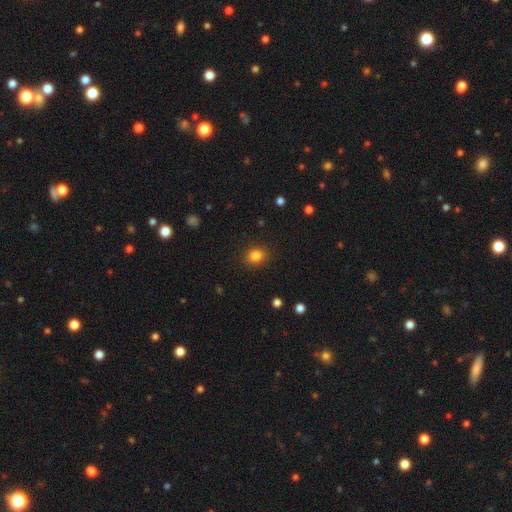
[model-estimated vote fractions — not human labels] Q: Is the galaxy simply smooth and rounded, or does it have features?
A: smooth — 83%.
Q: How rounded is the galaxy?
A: round — 67%.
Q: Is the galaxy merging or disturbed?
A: none — 88%.